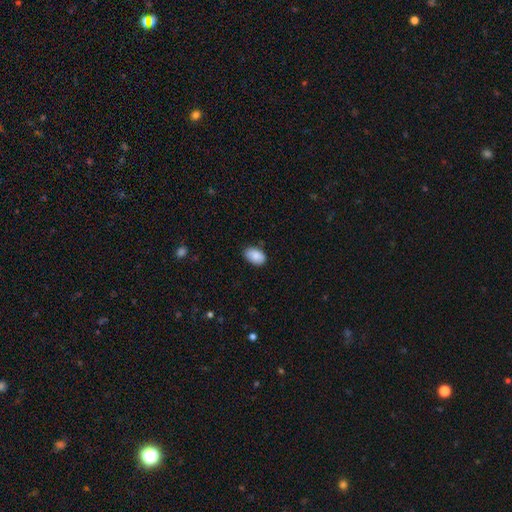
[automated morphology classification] Smooth or featured? smooth (89%)
How rounded? in between (92%)
Merging? none (81%)